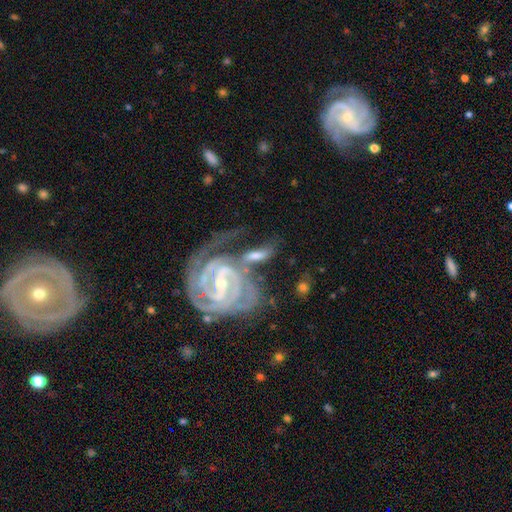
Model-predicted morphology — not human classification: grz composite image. It shows a featured or disk galaxy (73%) with a strong bar (44%), 2 (65%) tight (53%) spiral arms (93%) and a small central bulge (50%). Merging: none (37%).